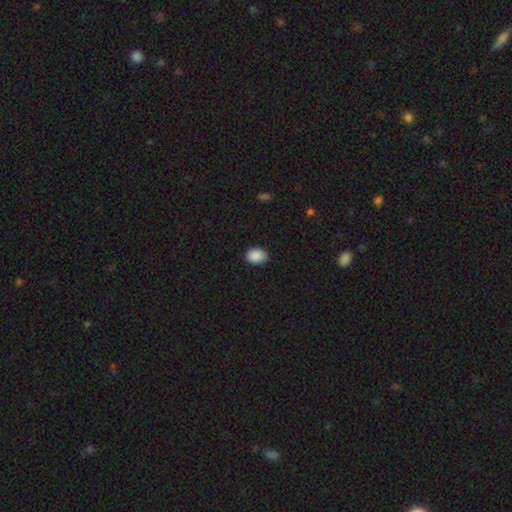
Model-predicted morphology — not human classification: This is clearly a smooth galaxy (89%). How rounded: likely in between (72%). Merging: clearly none (82%).